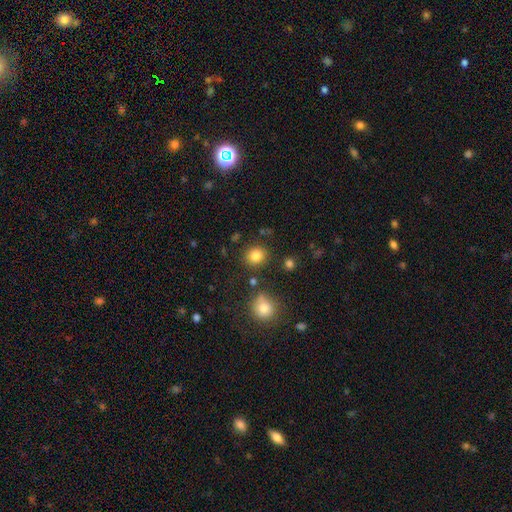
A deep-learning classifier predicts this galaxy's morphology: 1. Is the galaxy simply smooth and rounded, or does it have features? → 83% smooth, 11% star or artifact, 5% featured or disk.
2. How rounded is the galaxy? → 83% round, 16% in between, 1% cigar-shaped.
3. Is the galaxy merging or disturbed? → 84% none, 8% minor disturbance, 4% merger, 3% major disturbance.